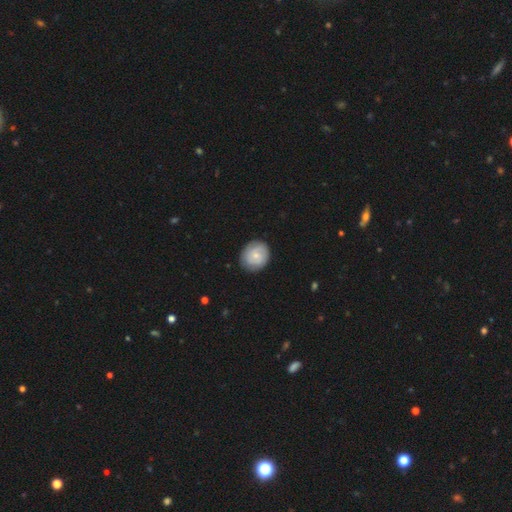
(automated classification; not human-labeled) Smooth or featured?
  - smooth: 51% *
  - featured or disk: 43%
  - star or artifact: 6%
How rounded?
  - round: 74% *
  - in between: 25%
  - cigar-shaped: 1%
Merging?
  - none: 83% *
  - minor disturbance: 13%
  - major disturbance: 3%
  - merger: 1%